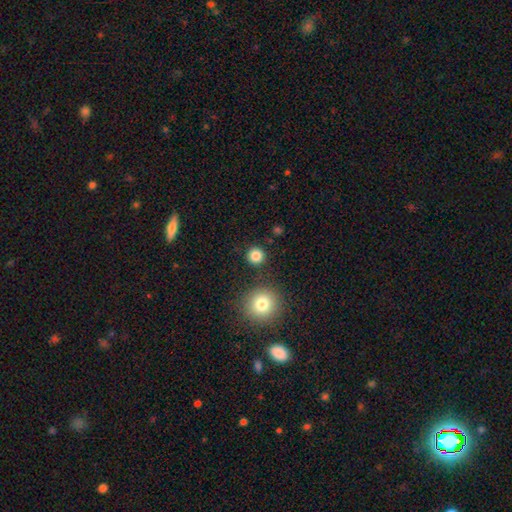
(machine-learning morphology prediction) smooth_or_featured: smooth (p=0.83) [alt: star or artifact p=0.13]
how_rounded: round (p=0.94) [alt: in between p=0.05]
merging: none (p=0.88) [alt: minor disturbance p=0.06]